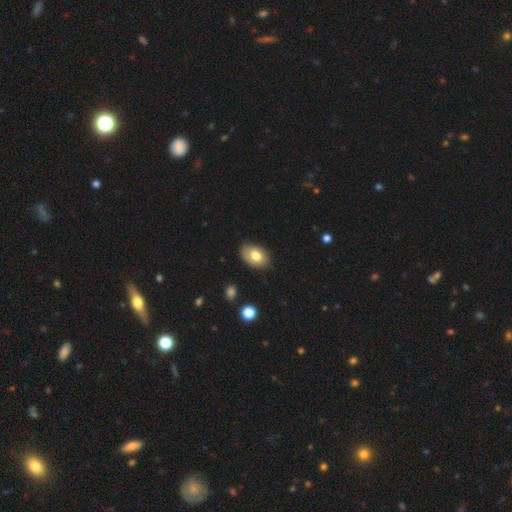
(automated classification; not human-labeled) A smooth galaxy with no disk features (77%) that is in between round and cigar-shaped (87%).

Vote fractions:
- Smooth or featured? smooth: 77% / featured or disk: 15% / star or artifact: 8%
- How rounded? in between: 87% / round: 12% / cigar-shaped: 1%
- Merging? none: 82% / minor disturbance: 14% / major disturbance: 3% / merger: 1%